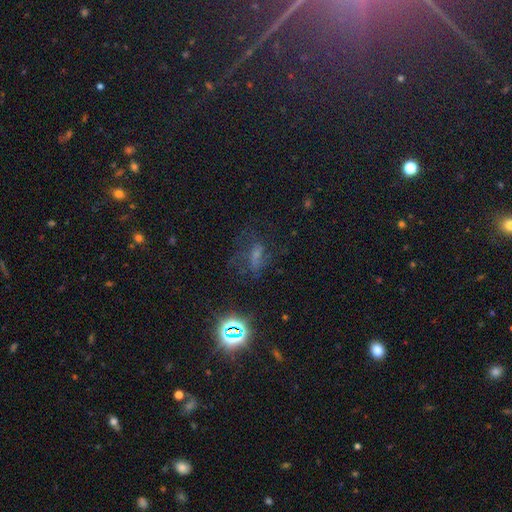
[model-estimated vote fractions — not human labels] star or artifact 38%, featured or disk 33%, smooth 29%.